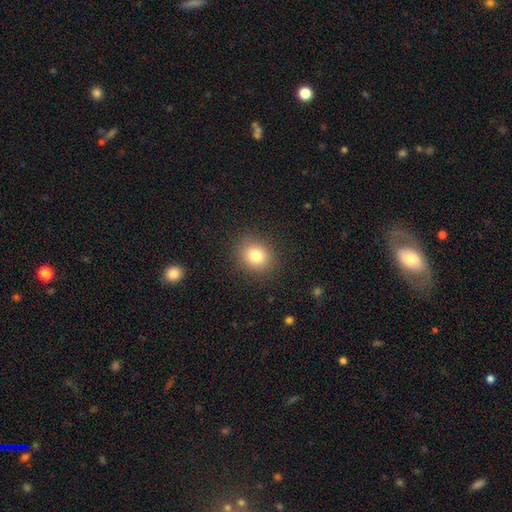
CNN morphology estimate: type=smooth (80%); roundness=round (72%); merging=none (88%).